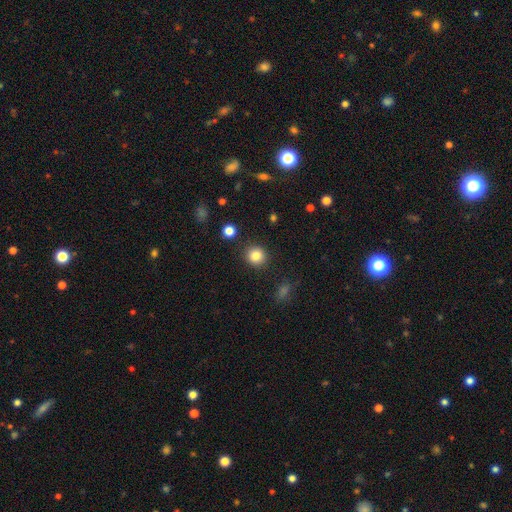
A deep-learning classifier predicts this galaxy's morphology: smooth 84%, star or artifact 11%, featured or disk 5%. Down the decision tree: how rounded — round (89%); merging — none (90%).